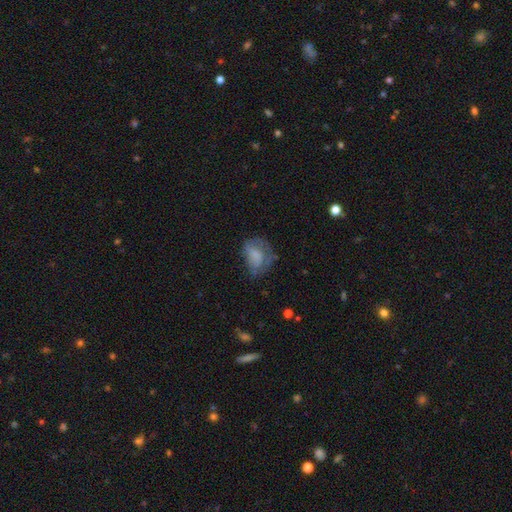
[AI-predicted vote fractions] Q: Smooth or featured?
A: smooth (62%); runner-up: featured or disk (28%)
Q: How rounded?
A: in between (68%); runner-up: round (31%)
Q: Merging?
A: none (39%); runner-up: minor disturbance (30%)